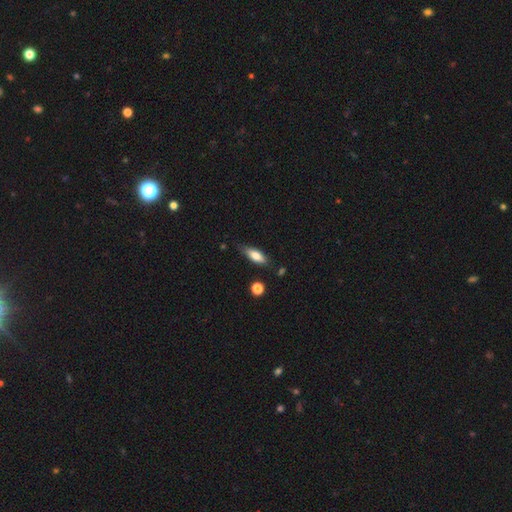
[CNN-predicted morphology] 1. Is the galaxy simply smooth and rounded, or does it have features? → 74% smooth, 19% featured or disk, 7% star or artifact.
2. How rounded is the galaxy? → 62% in between, 36% cigar-shaped, 3% round.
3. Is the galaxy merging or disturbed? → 73% none, 21% minor disturbance, 4% major disturbance, 3% merger.